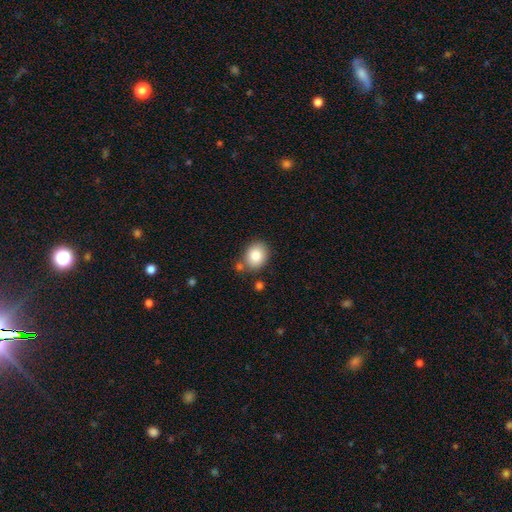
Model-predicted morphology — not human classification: Smooth or featured: smooth — 83% (featured or disk — 9%)
How rounded: round — 51% (in between — 48%)
Merging: none — 74% (minor disturbance — 14%)